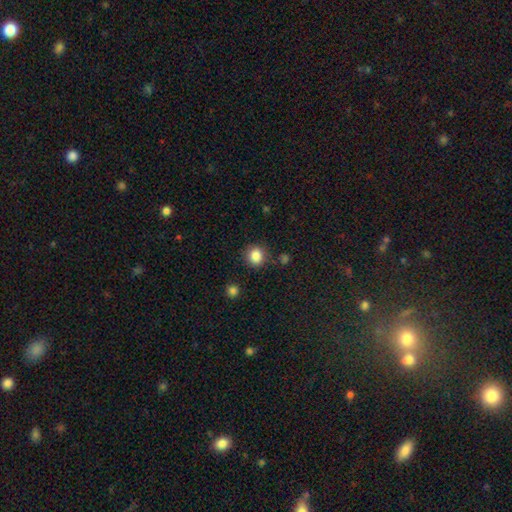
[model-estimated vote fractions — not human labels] Smooth or featured? smooth (85%)
How rounded? round (88%)
Merging? none (84%)